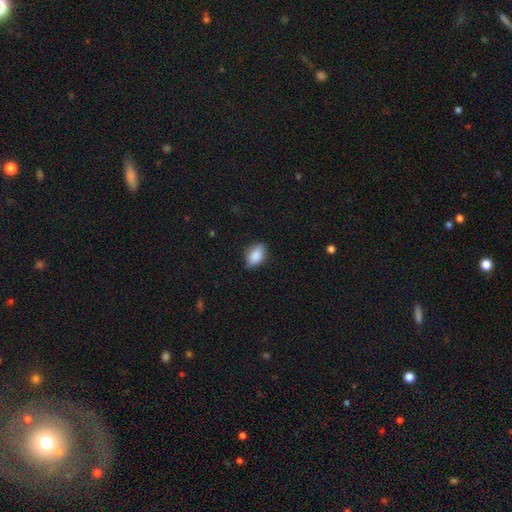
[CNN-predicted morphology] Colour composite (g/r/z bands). It shows a smooth galaxy with no disk features (84%) that is in between round and cigar-shaped (87%). Merging: none (78%).